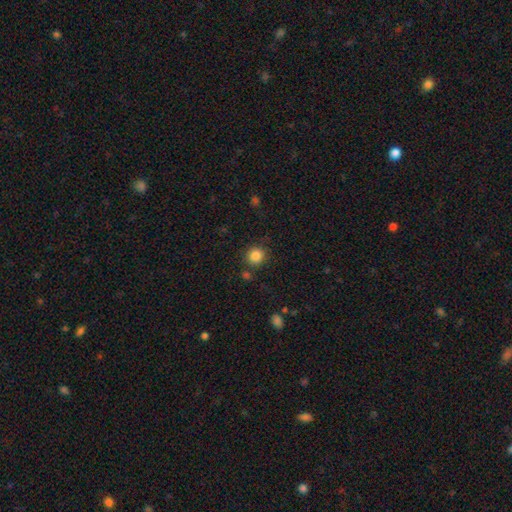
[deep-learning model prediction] Q: Smooth or featured?
A: smooth (85%); runner-up: star or artifact (11%)
Q: How rounded?
A: round (91%); runner-up: in between (8%)
Q: Merging?
A: none (83%); runner-up: minor disturbance (9%)